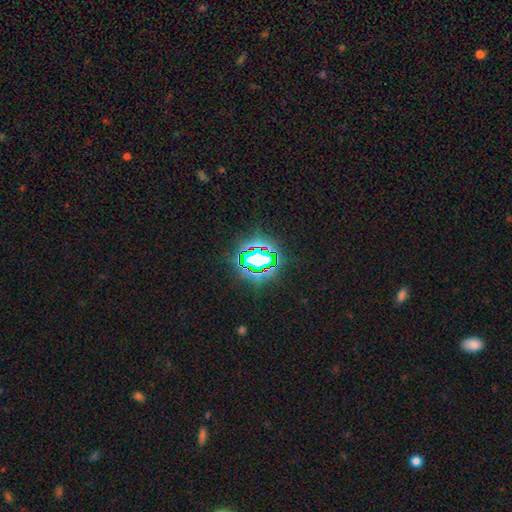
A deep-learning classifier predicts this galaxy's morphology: This is clearly a star or artifact rather than a galaxy (81%).